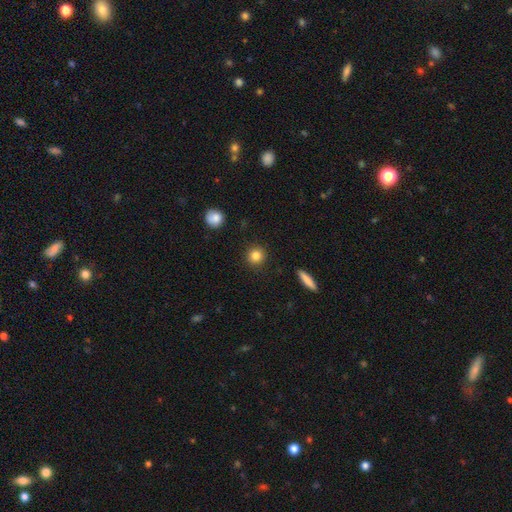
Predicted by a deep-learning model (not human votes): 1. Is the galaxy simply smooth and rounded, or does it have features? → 85% smooth, 10% star or artifact, 5% featured or disk.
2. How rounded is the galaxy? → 93% round, 6% in between, 1% cigar-shaped.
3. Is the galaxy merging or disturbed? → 91% none, 5% minor disturbance, 2% major disturbance, 1% merger.